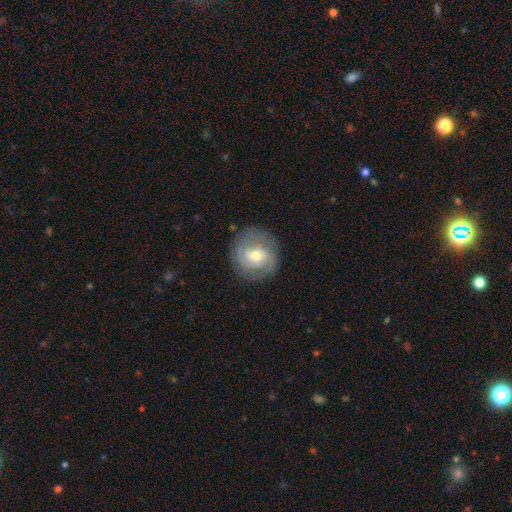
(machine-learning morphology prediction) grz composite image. It shows a featured or disk galaxy (73%) with no bar (47%), 2 (47%) tight (52%) spiral arms (89%) and a moderate central bulge (61%). Merging: none (80%).